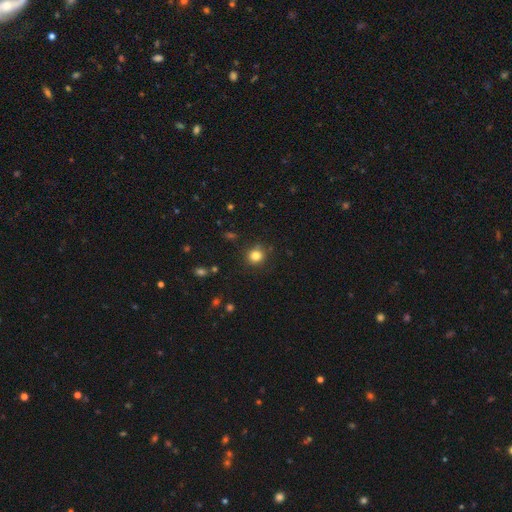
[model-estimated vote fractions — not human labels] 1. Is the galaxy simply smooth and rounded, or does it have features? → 82% smooth, 12% star or artifact, 6% featured or disk.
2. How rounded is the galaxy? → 89% round, 10% in between, 1% cigar-shaped.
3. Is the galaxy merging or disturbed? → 87% none, 9% minor disturbance, 3% major disturbance, 2% merger.